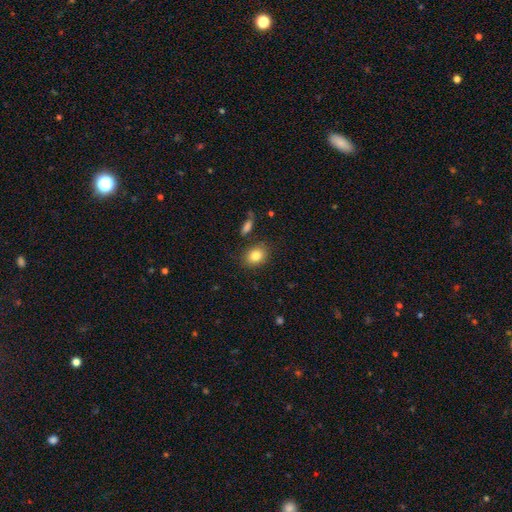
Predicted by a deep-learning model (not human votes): Morphology: type=smooth (83%); roundness=in between (55%); merging=none (83%).